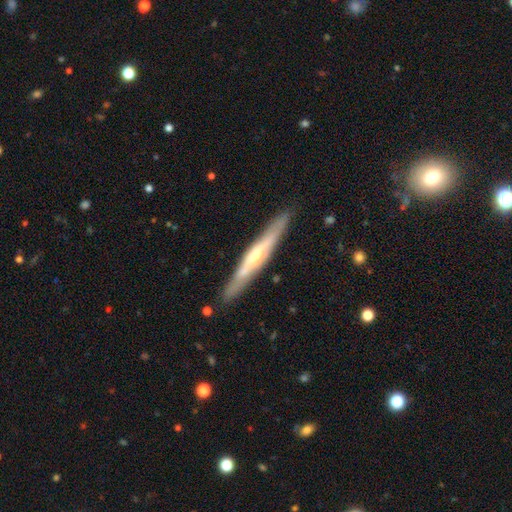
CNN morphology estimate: Overall: featured or disk (67%; smooth 27%). Edge-on disk: yes (93%). Edge-on bulge: rounded (67%). Merging: none (88%).